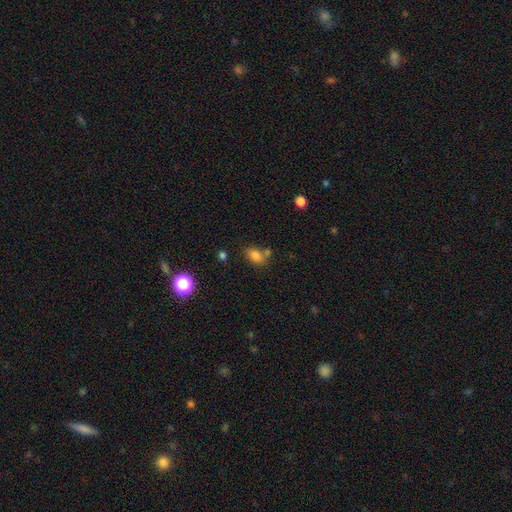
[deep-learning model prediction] The model was most divided on "merging": none: 58%, merger: 22%, minor disturbance: 16%, major disturbance: 5%. More confident: smooth or featured — smooth (79%); how rounded — in between (77%).